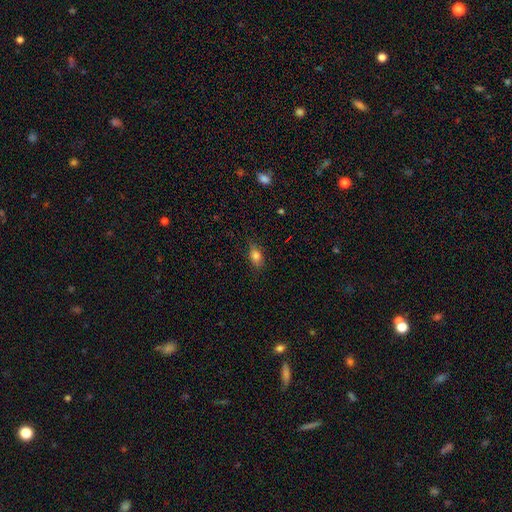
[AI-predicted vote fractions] Smooth or featured? smooth (82%)
How rounded? in between (79%)
Merging? none (79%)